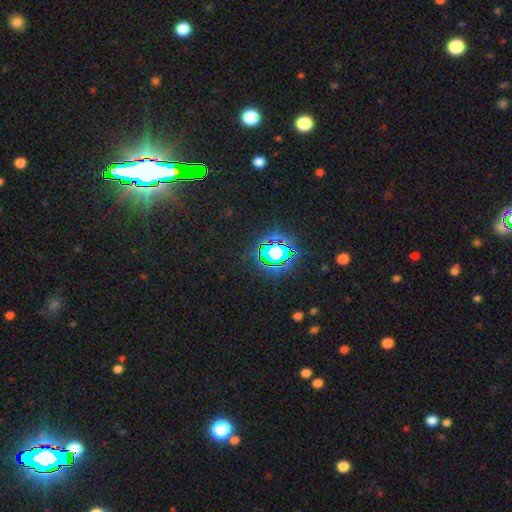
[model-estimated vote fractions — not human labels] The model was most divided on "smooth or featured": star or artifact: 84%, smooth: 8%, featured or disk: 8%.